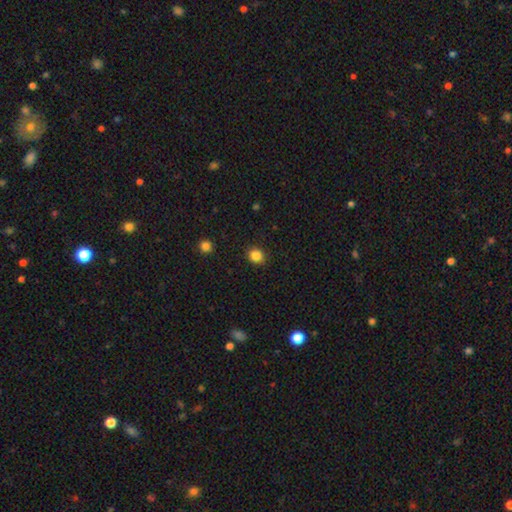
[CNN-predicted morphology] Q: Smooth or featured?
A: smooth (85%); runner-up: star or artifact (11%)
Q: How rounded?
A: round (74%); runner-up: in between (26%)
Q: Merging?
A: none (90%); runner-up: minor disturbance (7%)